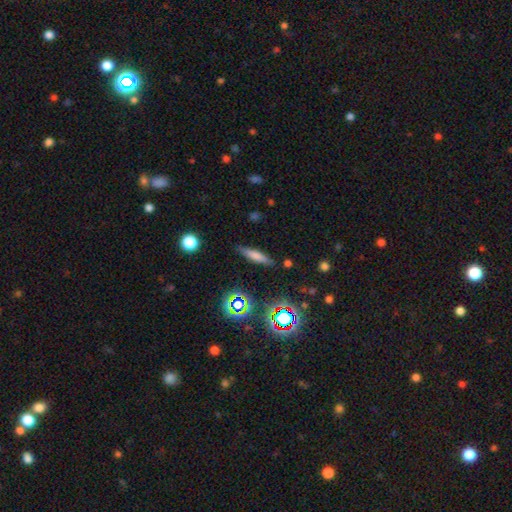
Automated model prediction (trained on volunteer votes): smooth-or-featured: smooth: 66% | featured or disk: 22% | star or artifact: 13%
  how-rounded: cigar-shaped: 77% | in between: 20% | round: 3%
  merging: none: 83% | minor disturbance: 12% | major disturbance: 3% | merger: 2%